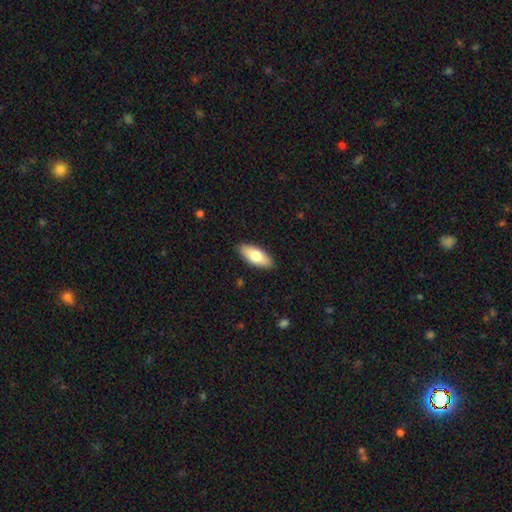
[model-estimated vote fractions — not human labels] This appears to be a smooth galaxy with no disk features (76%) that is in between round and cigar-shaped (83%). Merging: none (89%).